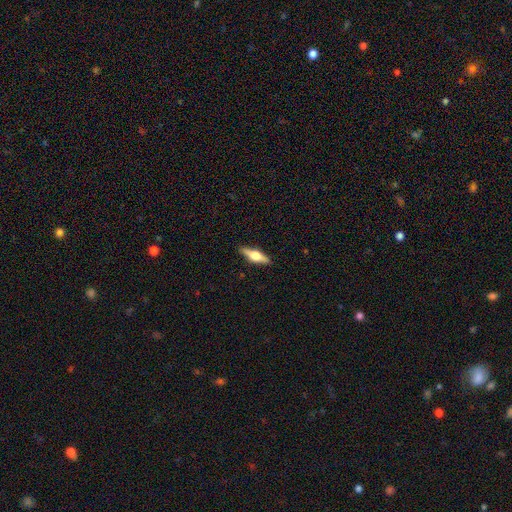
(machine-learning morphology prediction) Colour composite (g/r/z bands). It shows a featured or disk galaxy (58%) viewed edge-on (95%) with a rounded central bulge (93%). Merging: none (89%).